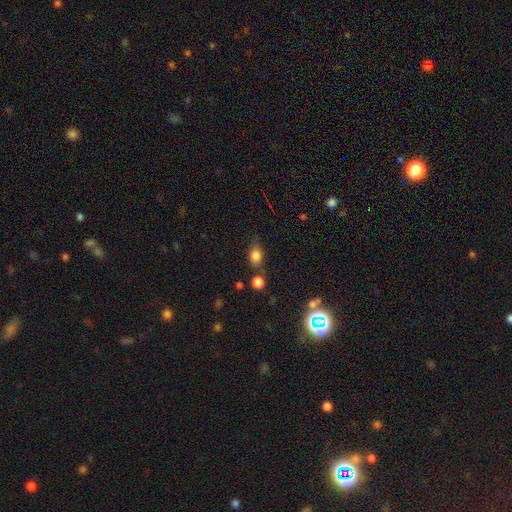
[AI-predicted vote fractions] A smooth galaxy with no disk features (79%) that is in between round and cigar-shaped (64%). Merging: none (62%).